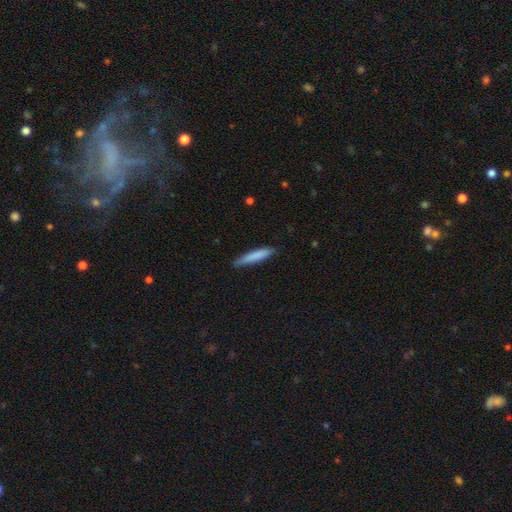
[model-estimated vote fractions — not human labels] smooth_or_featured: smooth (p=0.81) [alt: featured or disk p=0.13]
how_rounded: cigar-shaped (p=0.91) [alt: in between p=0.08]
merging: none (p=0.83) [alt: minor disturbance p=0.13]